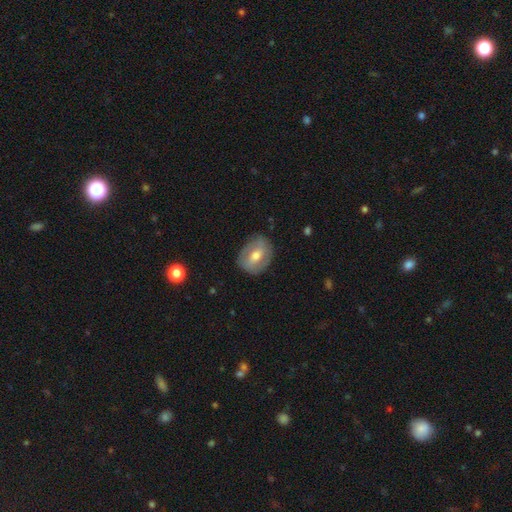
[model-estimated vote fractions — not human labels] This appears to be a featured or disk galaxy (49%). Merging: none (79%).